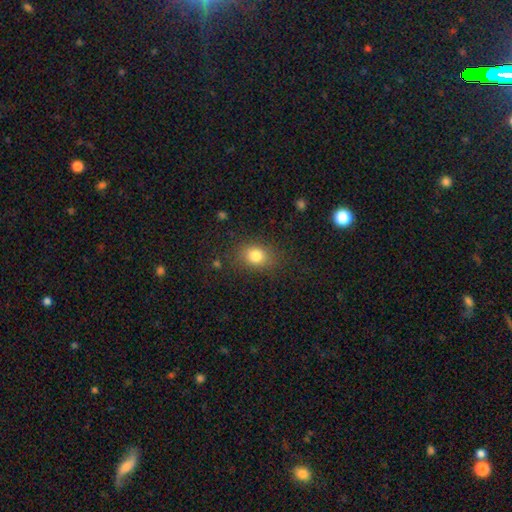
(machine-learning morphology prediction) smooth_or_featured: smooth (p=0.81) [alt: star or artifact p=0.11]
how_rounded: in between (p=0.53) [alt: round p=0.45]
merging: none (p=0.82) [alt: minor disturbance p=0.12]